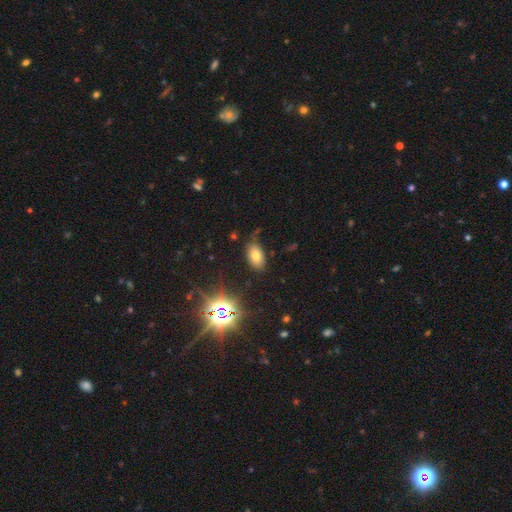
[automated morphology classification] Smooth or featured?
  - smooth: 69% *
  - star or artifact: 19%
  - featured or disk: 12%
How rounded?
  - in between: 91% *
  - round: 7%
  - cigar-shaped: 2%
Merging?
  - none: 80% *
  - minor disturbance: 14%
  - major disturbance: 4%
  - merger: 2%